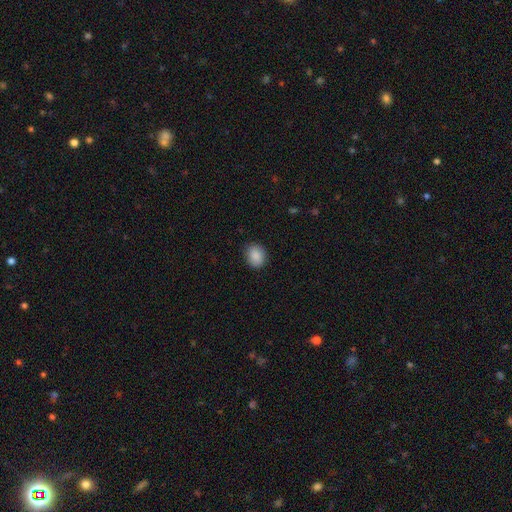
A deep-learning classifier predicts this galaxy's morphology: type=smooth (89%); roundness=round (56%); merging=none (87%).